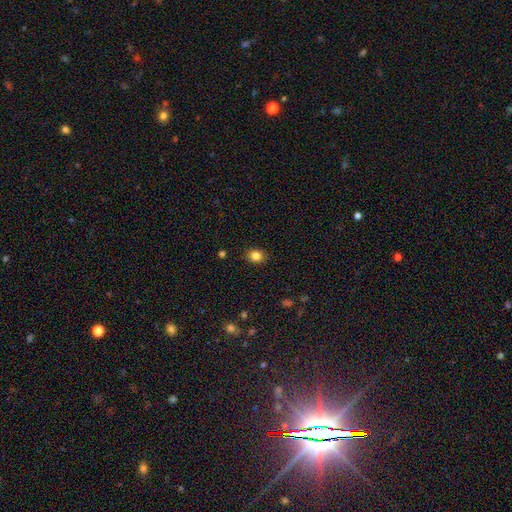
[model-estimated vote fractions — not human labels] smooth 83%, star or artifact 11%, featured or disk 6%. Down the decision tree: how rounded — round (59%); merging — none (89%).